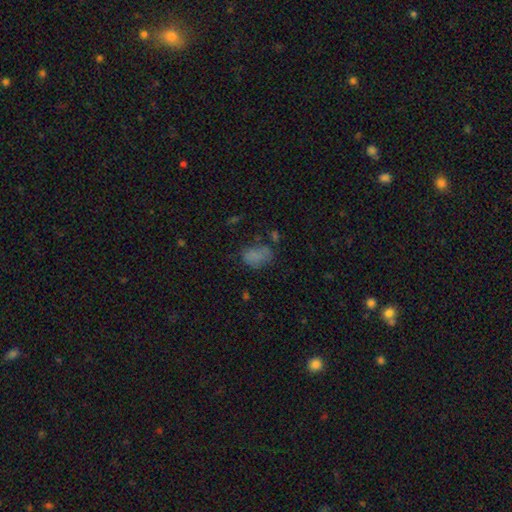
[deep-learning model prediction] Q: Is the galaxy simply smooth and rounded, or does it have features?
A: smooth — 74%.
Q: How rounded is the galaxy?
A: in between — 81%.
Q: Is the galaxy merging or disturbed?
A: none — 51%.